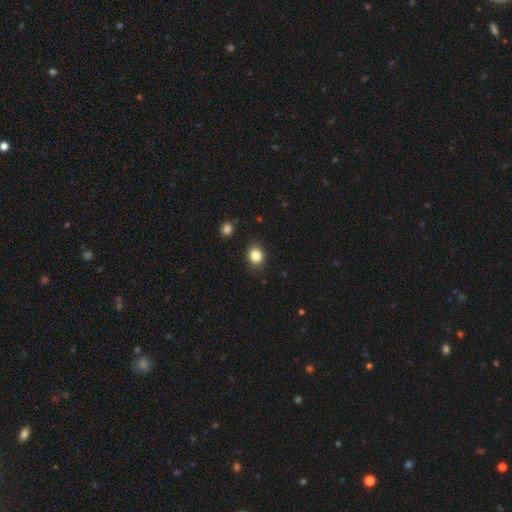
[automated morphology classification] Smooth or featured: smooth — 84% (star or artifact — 11%)
How rounded: round — 62% (in between — 37%)
Merging: none — 87% (minor disturbance — 9%)